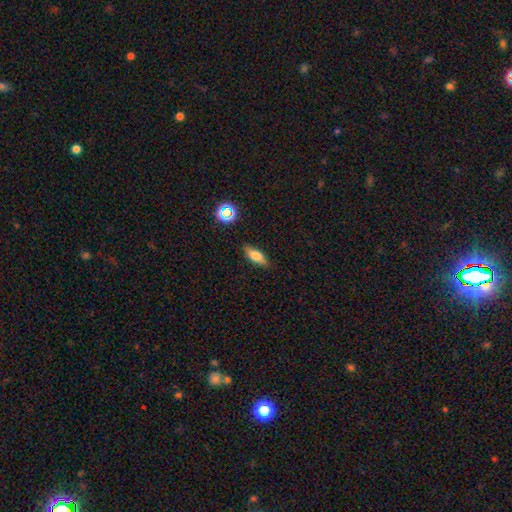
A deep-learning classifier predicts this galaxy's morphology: smooth-or-featured: smooth: 71% | featured or disk: 19% | star or artifact: 10%
  how-rounded: in between: 71% | cigar-shaped: 24% | round: 4%
  merging: none: 84% | minor disturbance: 12% | major disturbance: 2% | merger: 2%